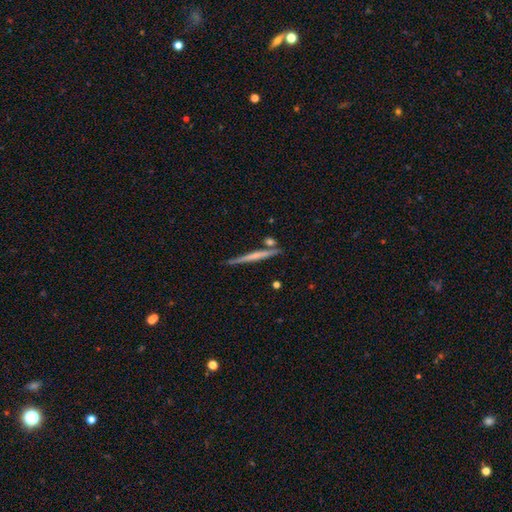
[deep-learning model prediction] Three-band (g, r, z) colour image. It shows a featured or disk galaxy (56%) viewed edge-on (97%) with no central bulge (71%). Merging: none (83%).